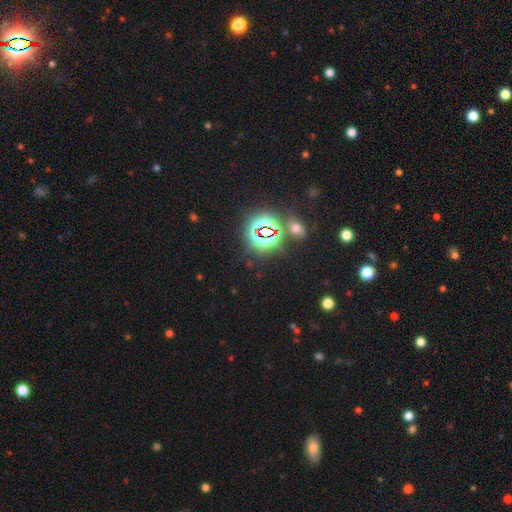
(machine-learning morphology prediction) Q: Smooth or featured?
A: star or artifact (81%); runner-up: smooth (12%)